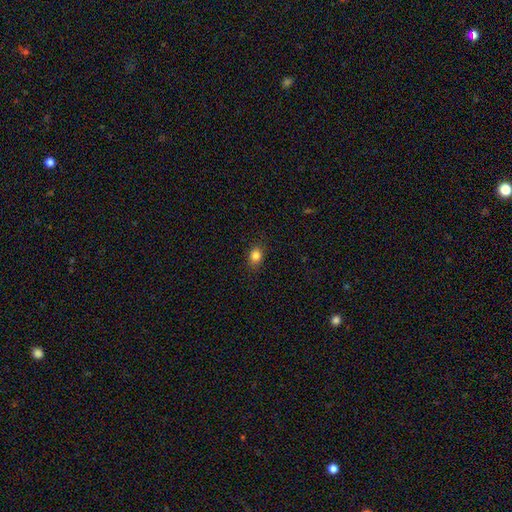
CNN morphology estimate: Q: Smooth or featured?
A: smooth (83%); runner-up: star or artifact (11%)
Q: How rounded?
A: in between (53%); runner-up: round (46%)
Q: Merging?
A: none (87%); runner-up: minor disturbance (10%)